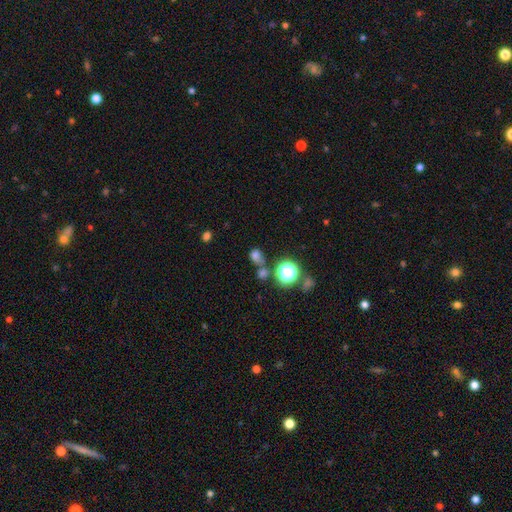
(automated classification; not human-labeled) A smooth galaxy with no disk features (66%) that is round (56%). Merging: none (49%).